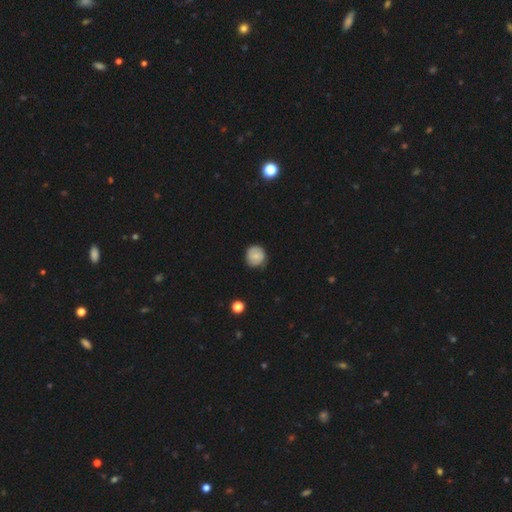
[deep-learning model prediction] This appears to be a smooth galaxy with no disk features (66%) that is round (90%). Merging: none (76%).